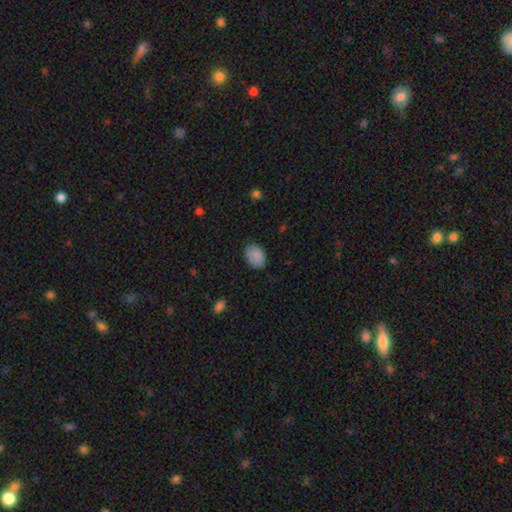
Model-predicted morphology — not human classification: Smooth or featured: smooth — 88% (star or artifact — 7%)
How rounded: in between — 75% (round — 24%)
Merging: none — 82% (minor disturbance — 14%)